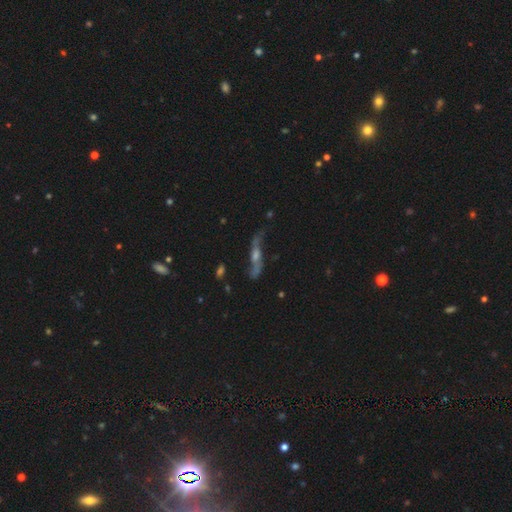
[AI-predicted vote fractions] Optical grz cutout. It shows a featured or disk galaxy (74%) viewed edge-on (50%, tied with no). Merging: none (62%).